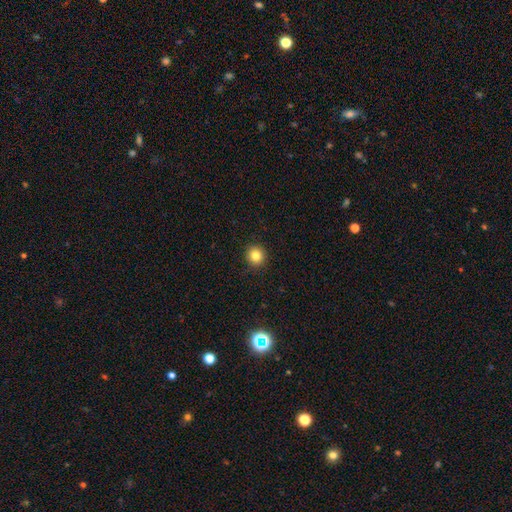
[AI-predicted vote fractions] Smooth or featured: smooth — 82% (star or artifact — 11%)
How rounded: round — 92% (in between — 7%)
Merging: none — 92% (minor disturbance — 5%)